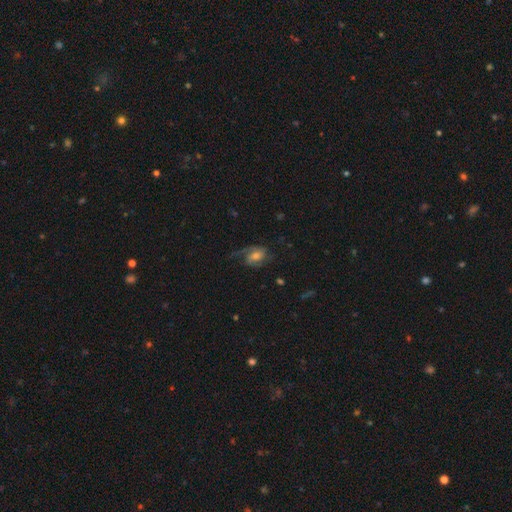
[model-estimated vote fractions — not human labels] The model was most divided on "bar": no: 47%, weak: 42%, strong: 11%. Remaining: edge-on disk — no (97%); spiral arms — yes (92%); smooth or featured — featured or disk (69%); spiral arm count — 2 (60%); merging — none (55%); bulge size — moderate (48%); spiral winding — medium (44%).